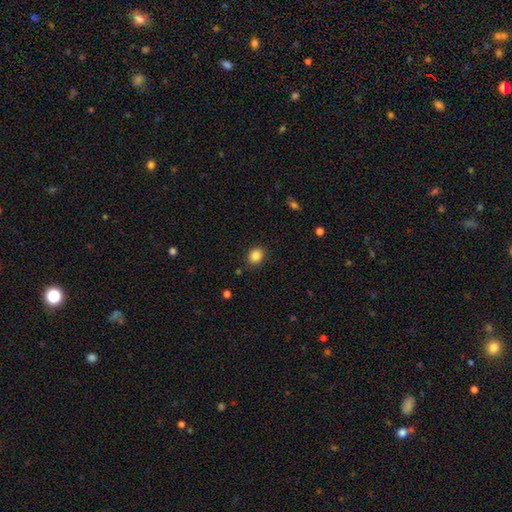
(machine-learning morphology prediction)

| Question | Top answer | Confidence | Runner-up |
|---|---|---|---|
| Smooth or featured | smooth | 86% | star or artifact (10%) |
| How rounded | round | 62% | in between (37%) |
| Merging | none | 88% | minor disturbance (9%) |